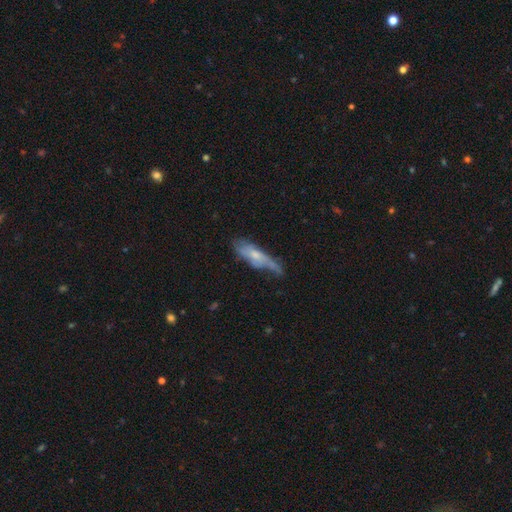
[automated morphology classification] This appears to be a featured or disk galaxy (48%). Merging: none (39%).